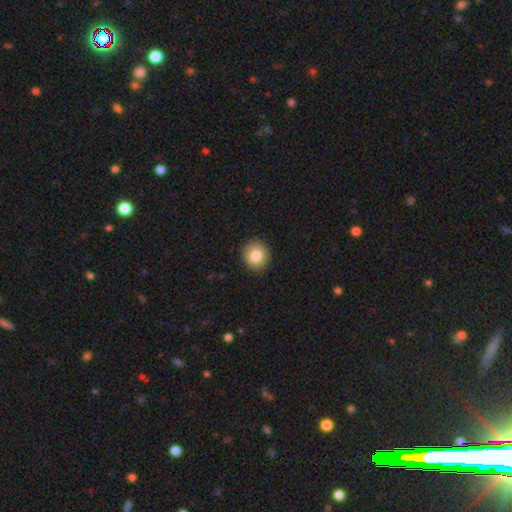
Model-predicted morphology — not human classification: The model was most divided on "how rounded": round: 87%, in between: 12%, cigar-shaped: 1%. More confident: merging — none (90%); smooth or featured — smooth (84%).